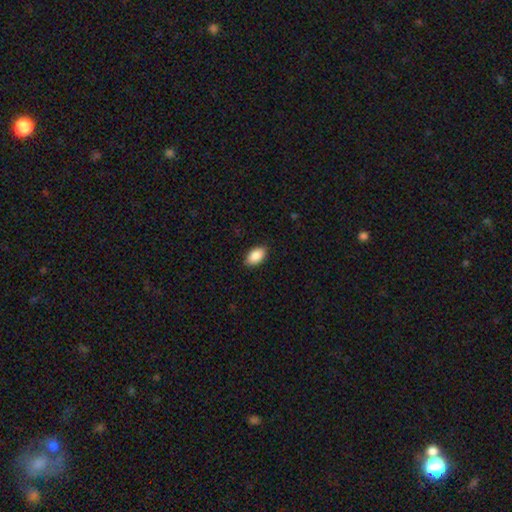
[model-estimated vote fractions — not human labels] Smooth or featured? Predicted: smooth (p=0.89). How rounded? Predicted: in between (p=0.94). Merging? Predicted: none (p=0.87).